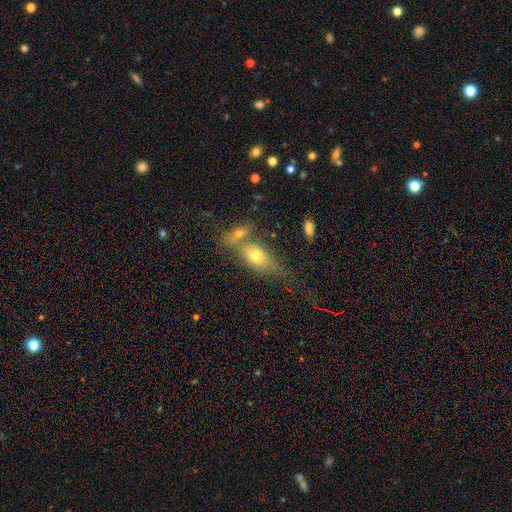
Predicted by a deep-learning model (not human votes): Smooth or featured?
  - smooth: 65% *
  - featured or disk: 23%
  - star or artifact: 11%
How rounded?
  - in between: 80% *
  - cigar-shaped: 11%
  - round: 9%
Merging?
  - none: 41% *
  - merger: 36%
  - minor disturbance: 15%
  - major disturbance: 8%